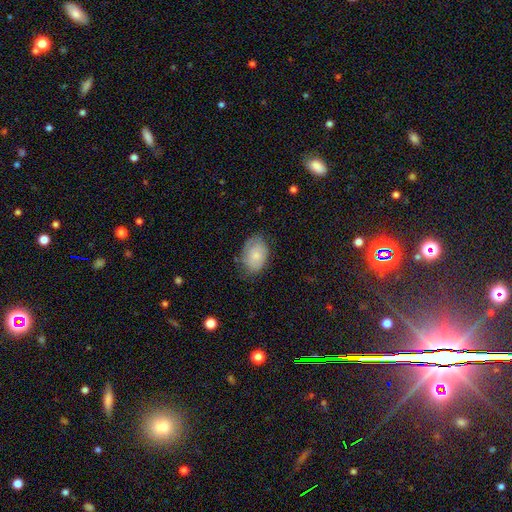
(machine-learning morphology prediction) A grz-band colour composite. It shows a smooth galaxy with no disk features (72%) that is in between round and cigar-shaped (82%). Merging: none (65%).